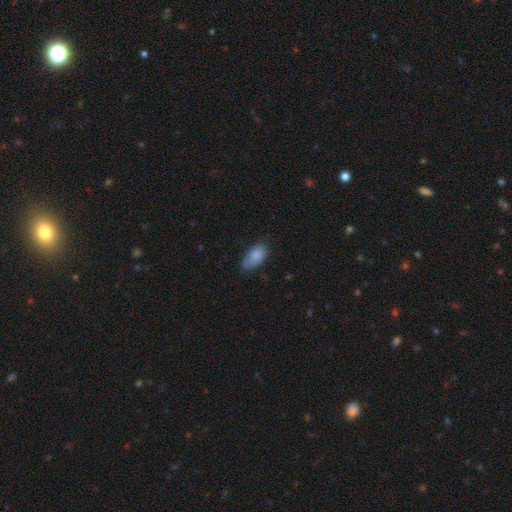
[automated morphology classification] Smooth or featured?
  - smooth: 86% *
  - featured or disk: 7%
  - star or artifact: 7%
How rounded?
  - in between: 92% *
  - cigar-shaped: 6%
  - round: 3%
Merging?
  - none: 64% *
  - minor disturbance: 30%
  - major disturbance: 5%
  - merger: 2%